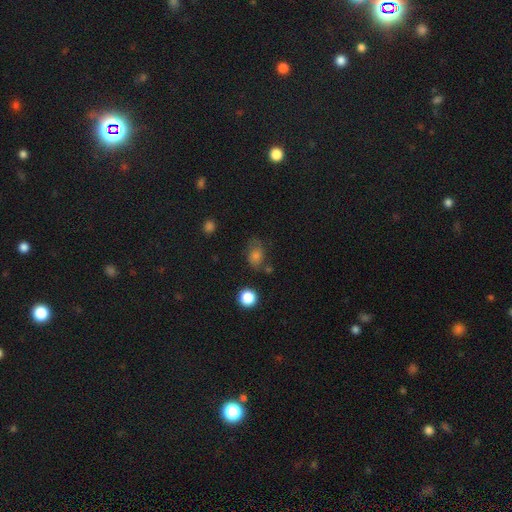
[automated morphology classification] type=smooth (64%); roundness=in between (62%); merging=none (55%).